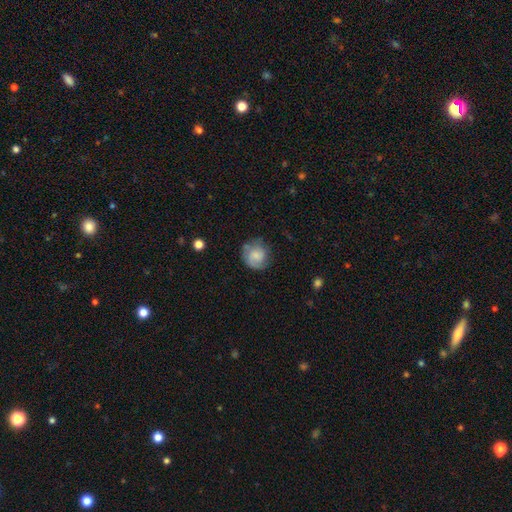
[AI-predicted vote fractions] This appears to be a smooth galaxy with no disk features (48%). Merging: none (68%).